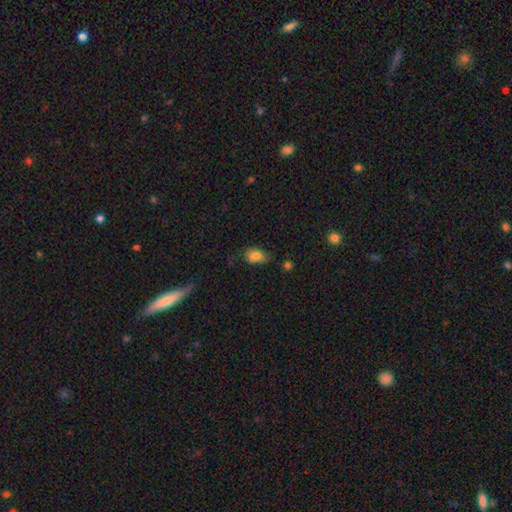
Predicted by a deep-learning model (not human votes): smooth_or_featured: smooth (p=0.81) [alt: star or artifact p=0.10]
how_rounded: in between (p=0.85) [alt: round p=0.13]
merging: none (p=0.62) [alt: minor disturbance p=0.27]